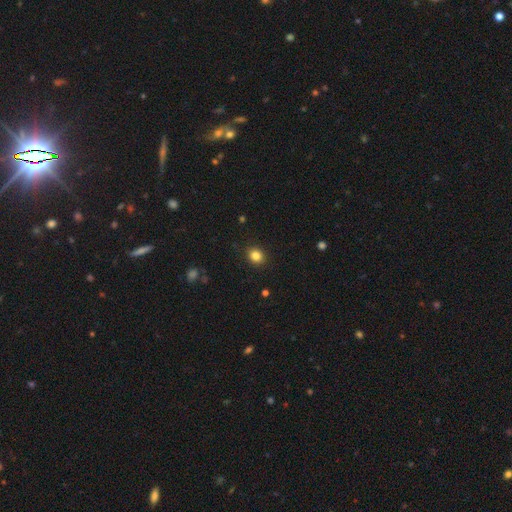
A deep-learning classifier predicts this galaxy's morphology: The model was most divided on "how rounded": round: 74%, in between: 25%, cigar-shaped: 1%. More confident: merging — none (90%); smooth or featured — smooth (85%).